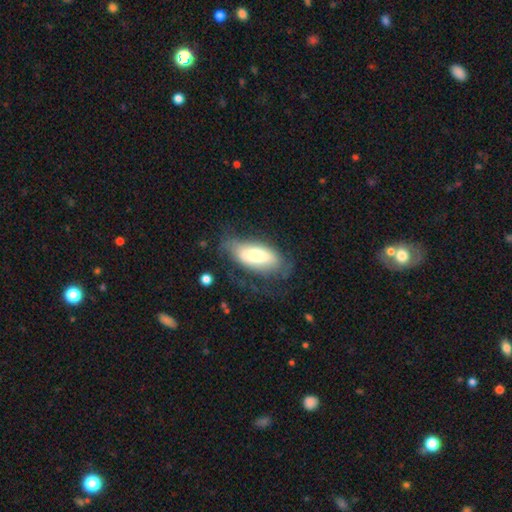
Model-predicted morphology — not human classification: The model was most divided on "smooth or featured": smooth: 56%, featured or disk: 37%, star or artifact: 7%. More confident: how rounded — in between (84%); merging — none (50%).